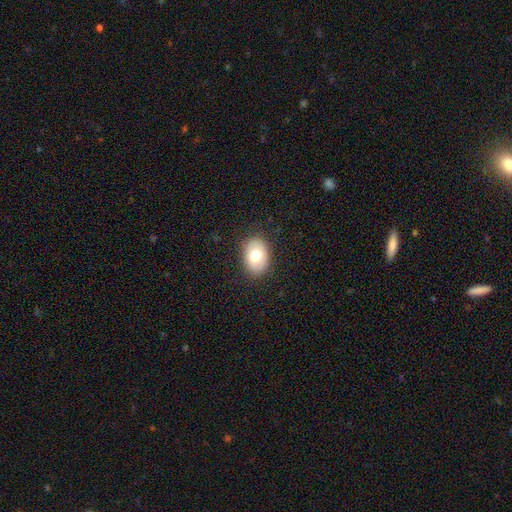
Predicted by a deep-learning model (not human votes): smooth 73%, featured or disk 20%, star or artifact 8%. Down the decision tree: how rounded — in between (80%); merging — none (85%).